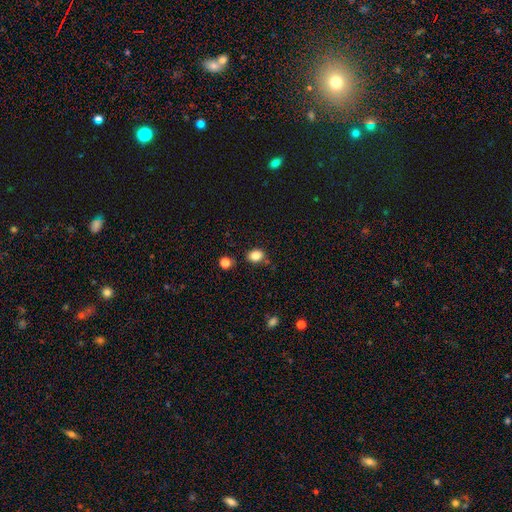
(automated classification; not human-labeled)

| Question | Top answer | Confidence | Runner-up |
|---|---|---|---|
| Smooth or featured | smooth | 84% | star or artifact (11%) |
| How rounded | in between | 59% | round (40%) |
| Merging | none | 75% | minor disturbance (16%) |